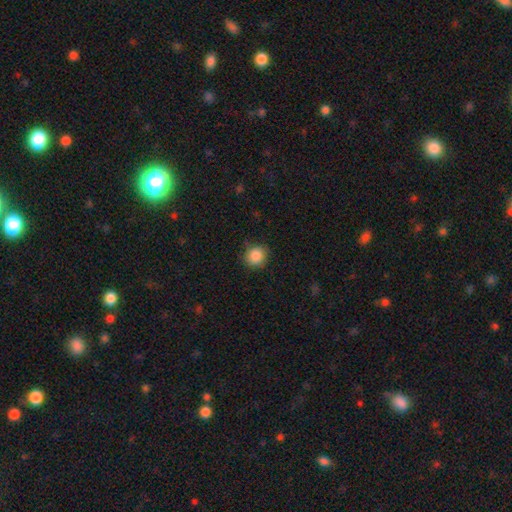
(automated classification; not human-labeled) Smooth or featured: smooth — 86% (star or artifact — 9%)
How rounded: round — 88% (in between — 11%)
Merging: none — 85% (minor disturbance — 12%)